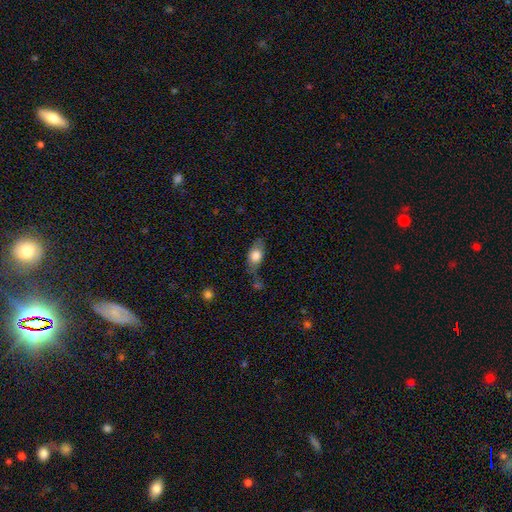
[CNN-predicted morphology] A smooth galaxy with no disk features (72%) that is in between round and cigar-shaped (78%). Merging: none (49%).